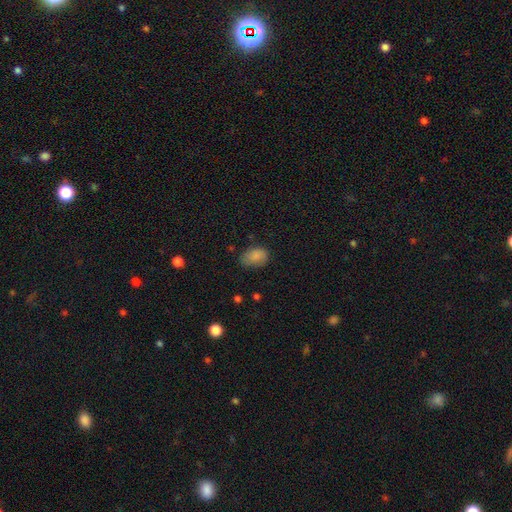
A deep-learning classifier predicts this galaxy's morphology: This is clearly a smooth galaxy (84%). How rounded: clearly in between (83%). Merging: likely none (64%).